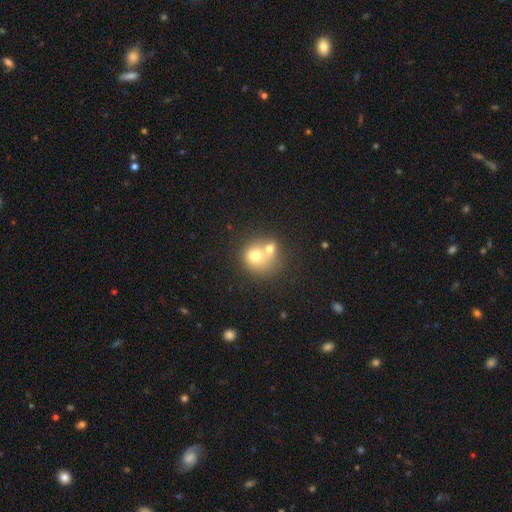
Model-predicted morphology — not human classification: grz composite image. It shows a smooth galaxy with no disk features (68%) that is round (83%). Merging: merger (57%).